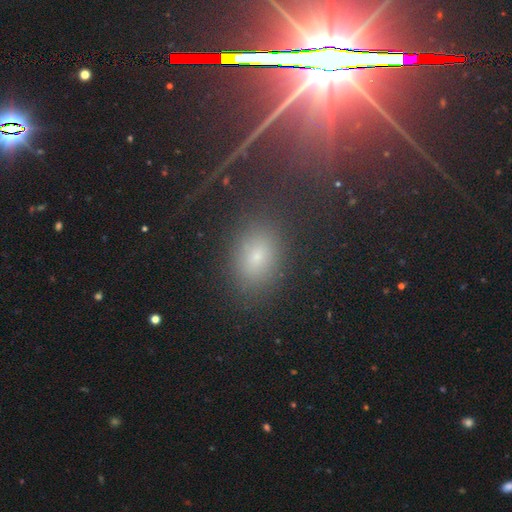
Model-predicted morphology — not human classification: The model was most divided on "smooth or featured": smooth: 52%, star or artifact: 36%, featured or disk: 12%. More confident: merging — none (87%); how rounded — in between (69%).